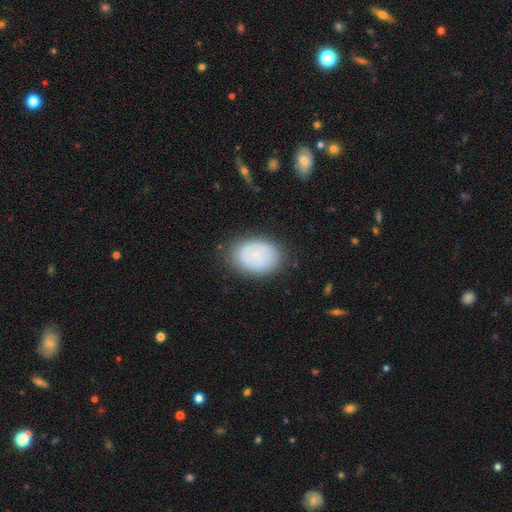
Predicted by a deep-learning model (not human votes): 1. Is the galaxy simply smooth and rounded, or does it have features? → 69% smooth, 23% featured or disk, 8% star or artifact.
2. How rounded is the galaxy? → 78% in between, 21% round, 1% cigar-shaped.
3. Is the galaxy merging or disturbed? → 80% none, 14% minor disturbance, 4% major disturbance, 1% merger.